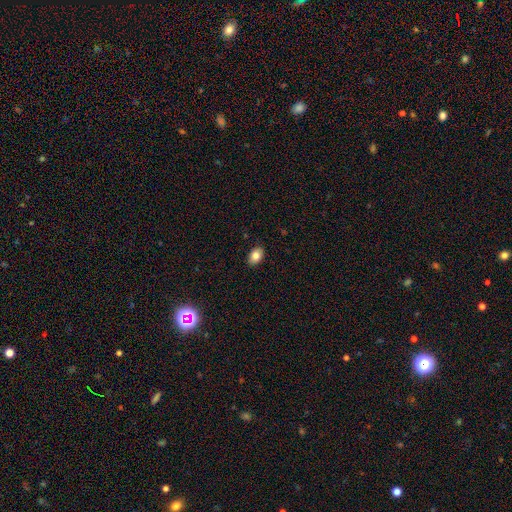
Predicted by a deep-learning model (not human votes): Smooth or featured: smooth — 82% (featured or disk — 9%)
How rounded: in between — 85% (round — 14%)
Merging: none — 89% (minor disturbance — 9%)